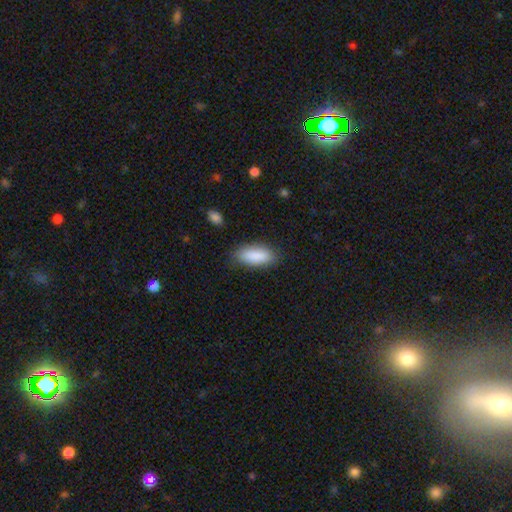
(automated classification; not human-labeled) This is clearly a smooth galaxy (88%). How rounded: likely in between (80%). Merging: clearly none (82%).